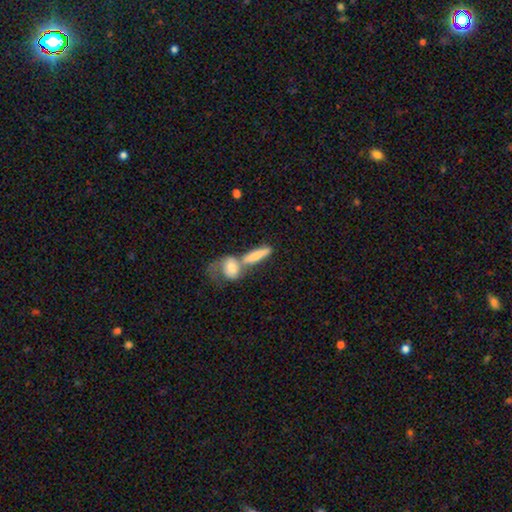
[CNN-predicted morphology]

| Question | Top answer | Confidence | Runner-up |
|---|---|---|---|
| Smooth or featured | smooth | 73% | featured or disk (20%) |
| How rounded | cigar-shaped | 54% | in between (39%) |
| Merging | merger | 54% | none (29%) |